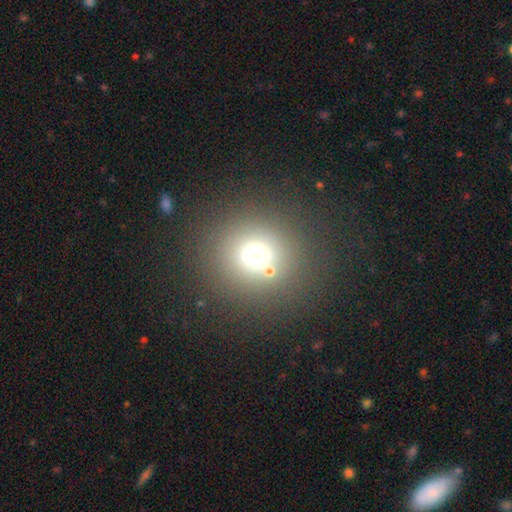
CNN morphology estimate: A smooth galaxy with no disk features (66%) that is round (91%).

Vote fractions:
- Smooth or featured? smooth: 66% / star or artifact: 22% / featured or disk: 12%
- How rounded? round: 91% / in between: 8% / cigar-shaped: 1%
- Merging? none: 76% / merger: 11% / minor disturbance: 8% / major disturbance: 5%